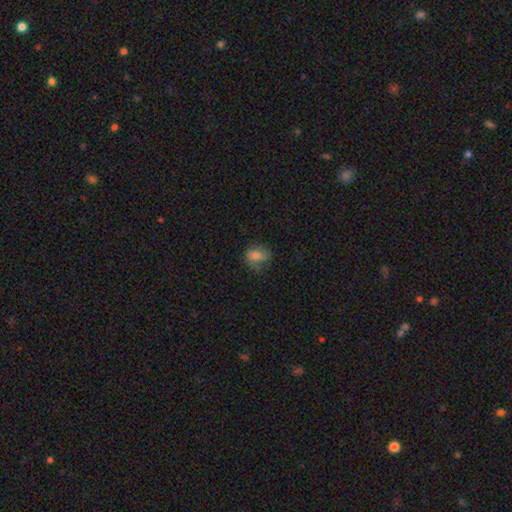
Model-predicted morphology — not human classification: Q: Smooth or featured?
A: smooth (60%); runner-up: featured or disk (28%)
Q: How rounded?
A: in between (55%); runner-up: round (44%)
Q: Merging?
A: none (51%); runner-up: minor disturbance (28%)